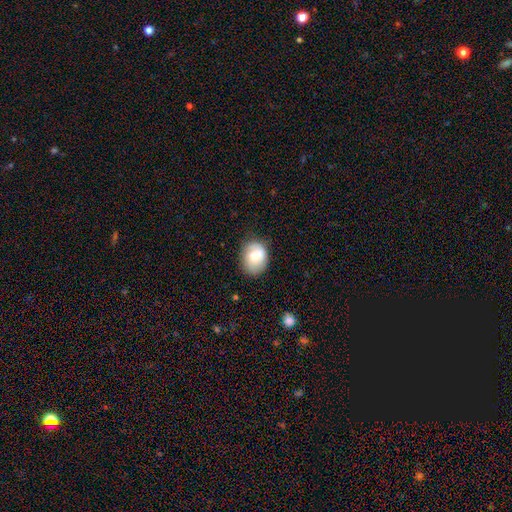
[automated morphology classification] smooth_or_featured: smooth (p=0.75) [alt: featured or disk p=0.17]
how_rounded: in between (p=0.59) [alt: round p=0.40]
merging: none (p=0.71) [alt: minor disturbance p=0.22]